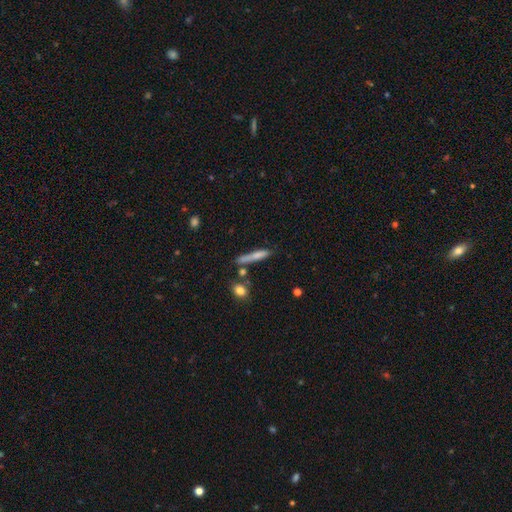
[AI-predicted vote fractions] smooth-or-featured: smooth: 68% | featured or disk: 24% | star or artifact: 8%
  how-rounded: cigar-shaped: 88% | in between: 10% | round: 2%
  merging: none: 63% | minor disturbance: 21% | merger: 10% | major disturbance: 6%